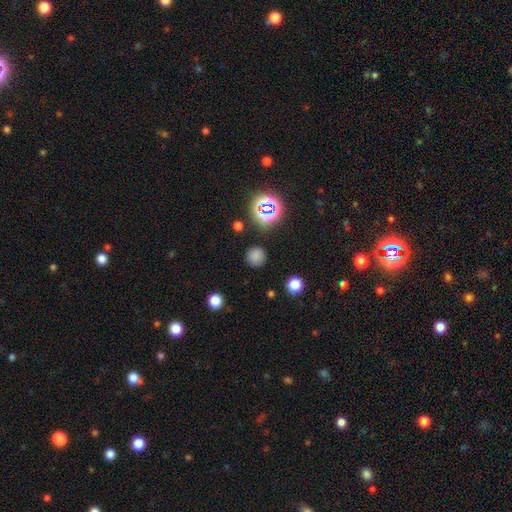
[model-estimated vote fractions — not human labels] This is likely a smooth galaxy (73%). How rounded: clearly round (92%). Merging: clearly none (85%).